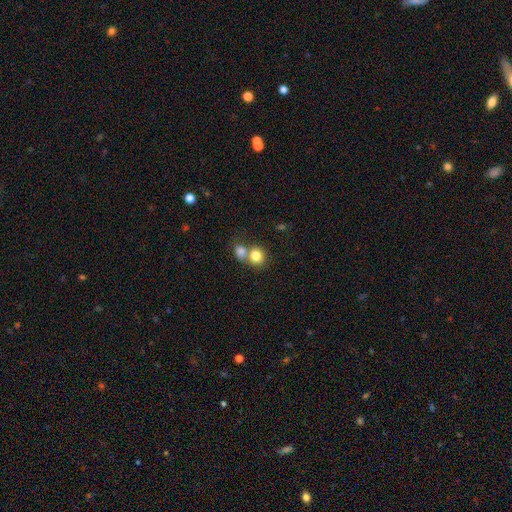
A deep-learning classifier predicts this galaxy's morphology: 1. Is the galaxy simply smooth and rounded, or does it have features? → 80% smooth, 10% star or artifact, 9% featured or disk.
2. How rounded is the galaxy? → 82% round, 17% in between, 1% cigar-shaped.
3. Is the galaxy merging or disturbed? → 49% merger, 41% none, 7% minor disturbance, 3% major disturbance.